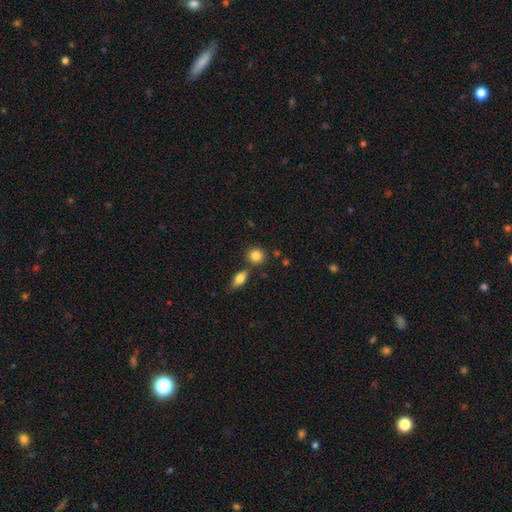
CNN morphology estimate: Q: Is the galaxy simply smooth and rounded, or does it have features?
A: smooth — 85%.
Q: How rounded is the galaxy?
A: round — 79%.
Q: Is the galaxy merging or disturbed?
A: none — 71%.